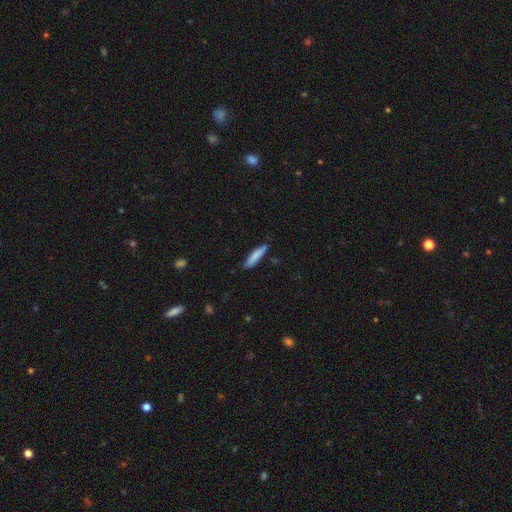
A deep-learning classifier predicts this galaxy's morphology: type=smooth (82%); roundness=cigar-shaped (81%); merging=none (78%).